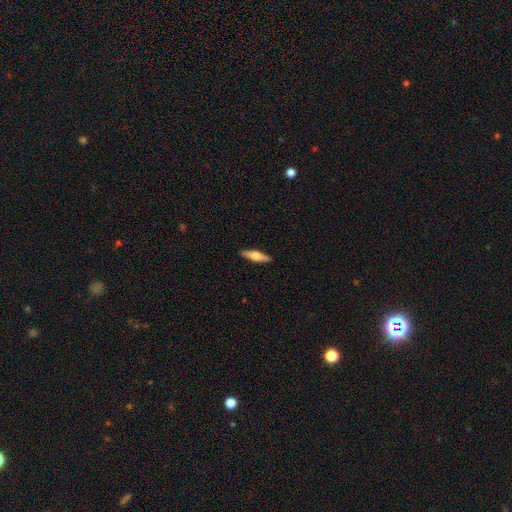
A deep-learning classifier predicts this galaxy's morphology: This appears to be a featured or disk galaxy (50%). Merging: none (91%).